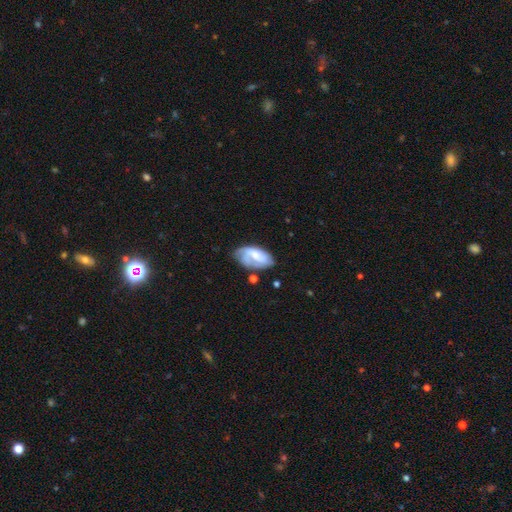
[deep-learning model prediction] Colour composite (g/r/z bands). It shows a featured or disk galaxy (55%) with no bar (54%), spiral arms (77%) and a moderate central bulge (42%). Merging: none (47%).